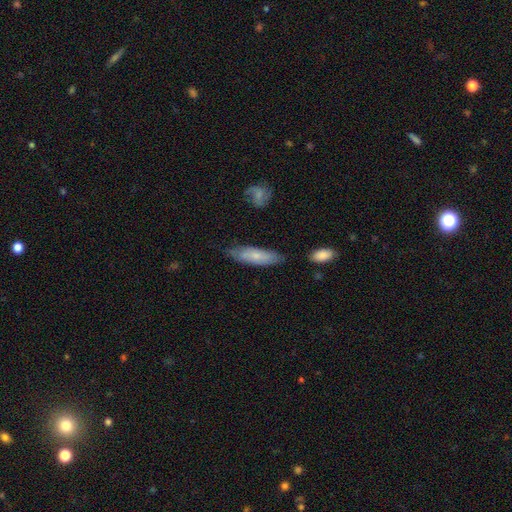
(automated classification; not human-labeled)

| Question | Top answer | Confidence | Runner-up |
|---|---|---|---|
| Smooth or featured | smooth | 65% | featured or disk (30%) |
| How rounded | cigar-shaped | 52% | in between (46%) |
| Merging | none | 73% | minor disturbance (20%) |